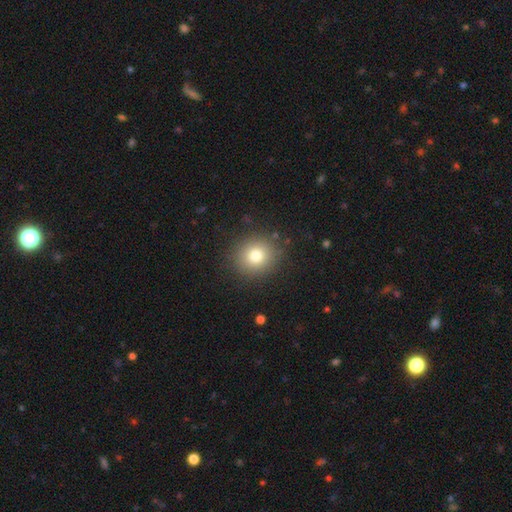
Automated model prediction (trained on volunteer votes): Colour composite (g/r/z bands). It shows a smooth galaxy with no disk features (79%) that is round (88%). Merging: none (88%).